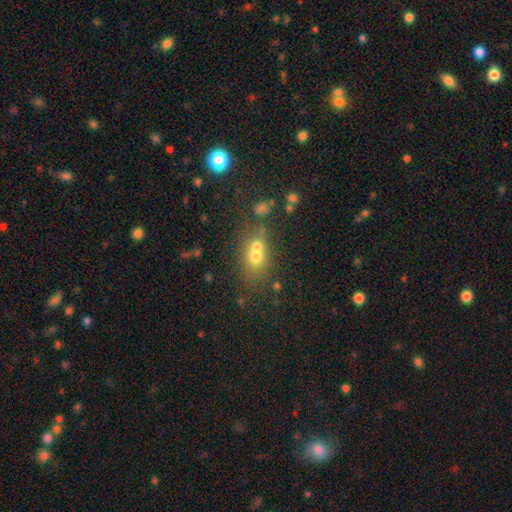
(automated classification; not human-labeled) A smooth galaxy with no disk features (63%) that is in between round and cigar-shaped (51%). Merging: merger (58%).